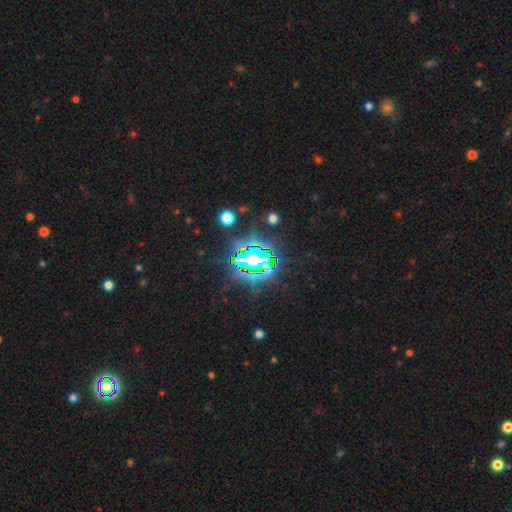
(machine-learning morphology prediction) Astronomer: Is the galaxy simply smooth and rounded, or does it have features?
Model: star or artifact — 72%.